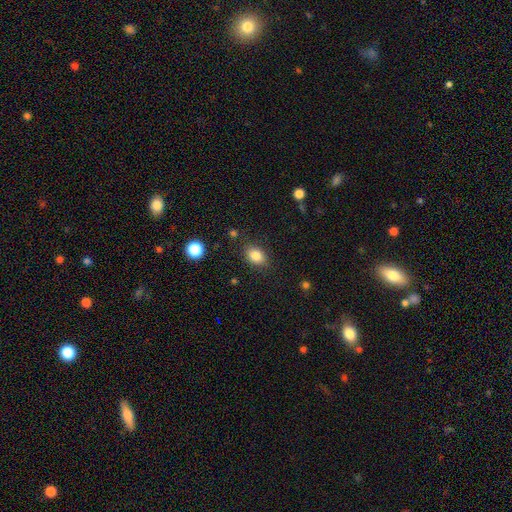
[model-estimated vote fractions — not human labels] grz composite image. It shows a smooth galaxy with no disk features (84%) that is in between round and cigar-shaped (68%). Merging: none (82%).